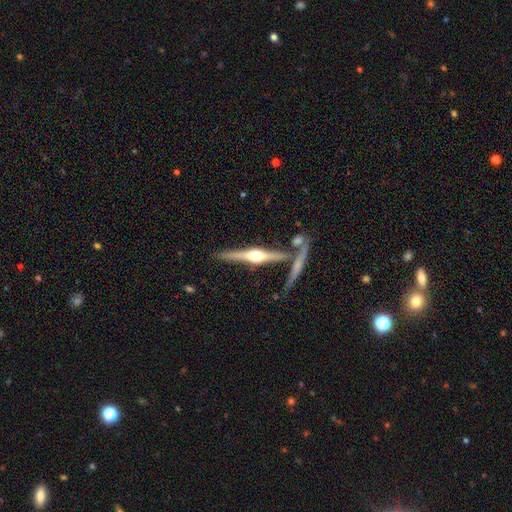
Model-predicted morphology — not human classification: featured or disk 80%, smooth 14%, star or artifact 6%. Down the decision tree: edge-on disk — yes (98%); edge-on bulge — rounded (95%); merging — none (75%).